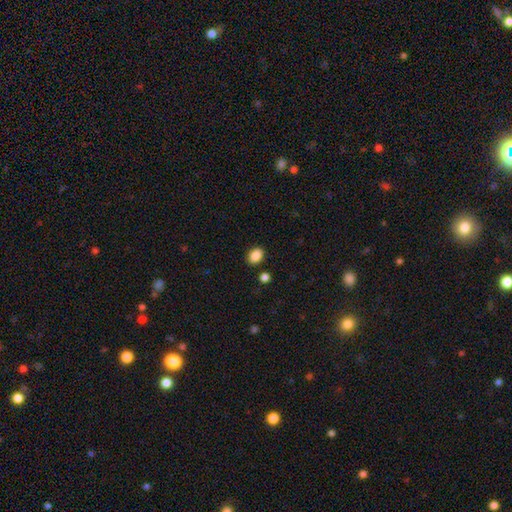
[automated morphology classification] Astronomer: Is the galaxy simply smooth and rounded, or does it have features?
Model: smooth — 88%.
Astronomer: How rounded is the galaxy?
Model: in between — 72%.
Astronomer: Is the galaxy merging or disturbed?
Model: none — 86%.